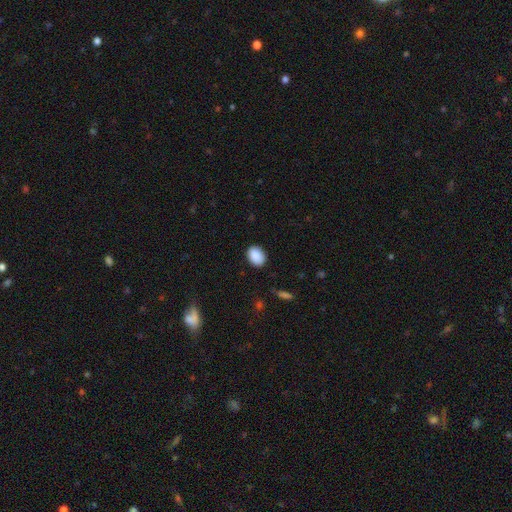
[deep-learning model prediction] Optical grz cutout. It shows a smooth galaxy with no disk features (90%) that is in between round and cigar-shaped (70%). Merging: none (87%).